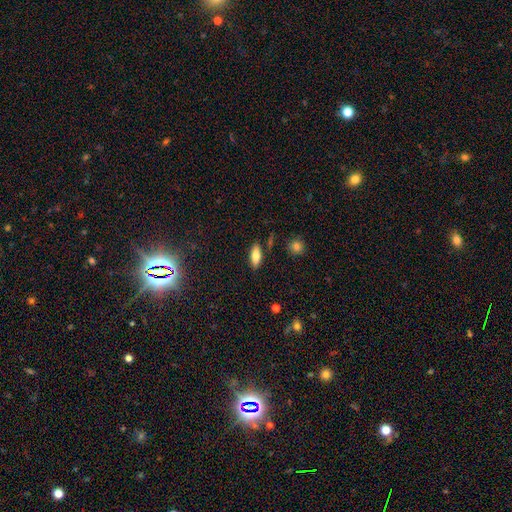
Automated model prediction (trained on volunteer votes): smooth-or-featured: smooth: 73% | featured or disk: 19% | star or artifact: 8%
  how-rounded: in between: 74% | cigar-shaped: 23% | round: 3%
  merging: none: 84% | minor disturbance: 11% | merger: 3% | major disturbance: 3%